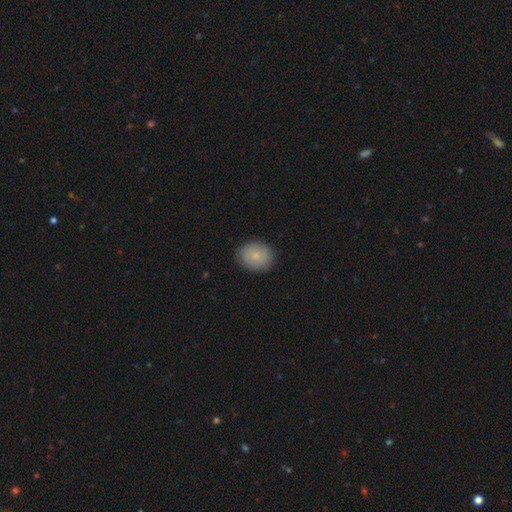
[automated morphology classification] Smooth or featured? smooth (82%)
How rounded? round (65%)
Merging? none (86%)